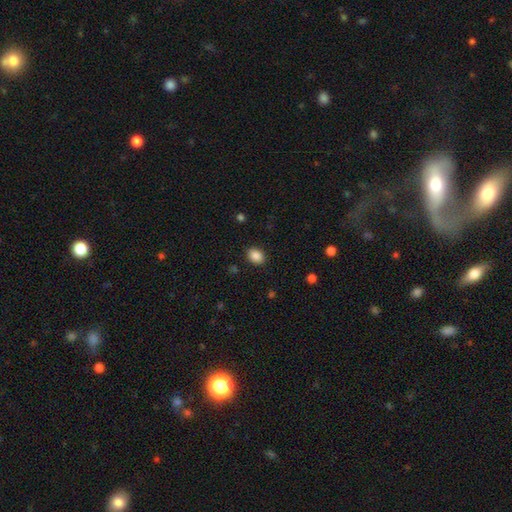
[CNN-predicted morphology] This appears to be a smooth galaxy with no disk features (88%) that is in between round and cigar-shaped (73%). Merging: none (88%).